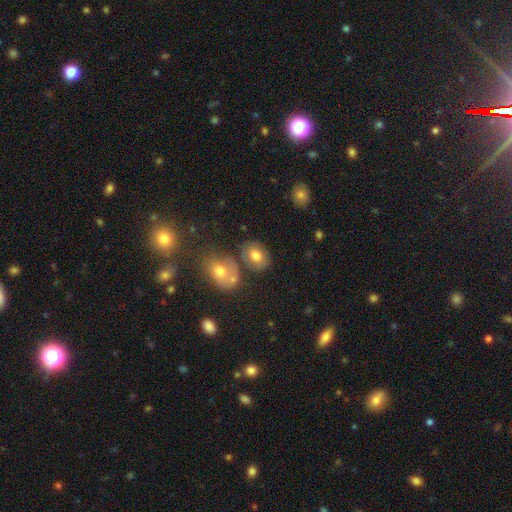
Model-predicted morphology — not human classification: Smooth or featured? smooth (76%)
How rounded? in between (69%)
Merging? none (65%)